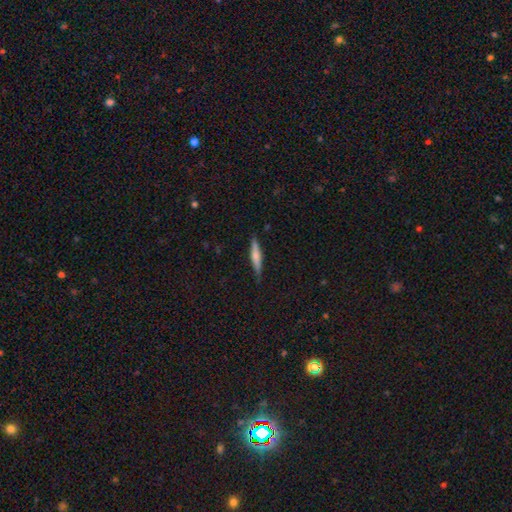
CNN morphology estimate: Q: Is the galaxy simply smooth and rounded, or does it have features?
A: smooth — 54%.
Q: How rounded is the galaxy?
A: cigar-shaped — 89%.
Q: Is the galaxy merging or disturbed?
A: none — 84%.